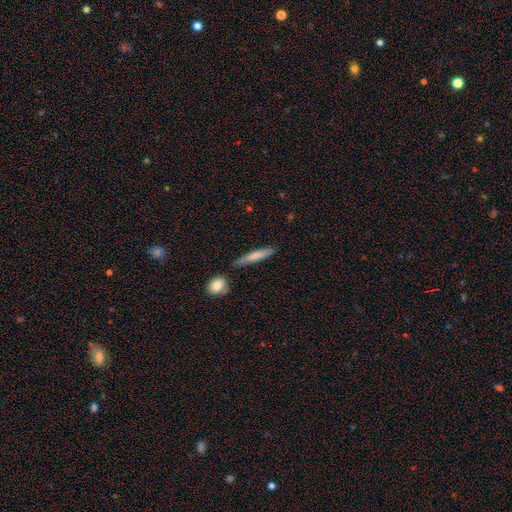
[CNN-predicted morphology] The model was most divided on "smooth or featured": smooth: 73%, featured or disk: 22%, star or artifact: 6%. More confident: how rounded — cigar-shaped (91%); merging — none (81%).